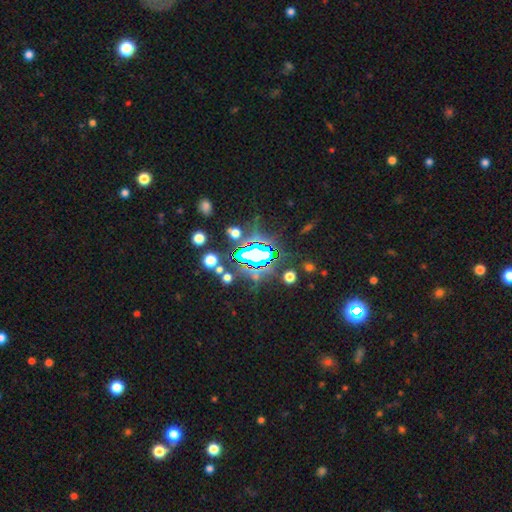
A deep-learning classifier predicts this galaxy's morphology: Smooth or featured?
  - star or artifact: 67% *
  - smooth: 18%
  - featured or disk: 15%